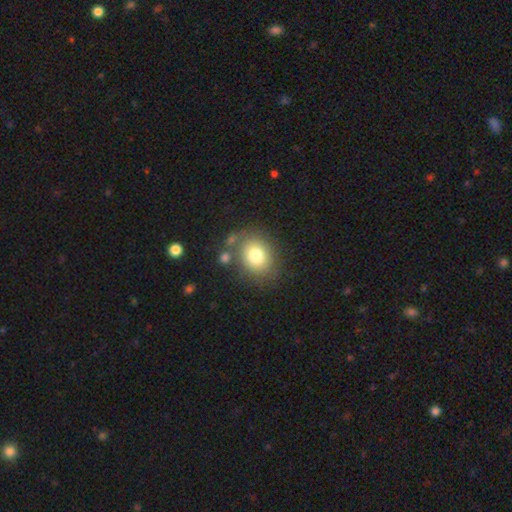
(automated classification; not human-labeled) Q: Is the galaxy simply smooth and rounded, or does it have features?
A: smooth — 77%.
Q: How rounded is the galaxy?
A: round — 62%.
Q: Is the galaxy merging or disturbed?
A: none — 73%.